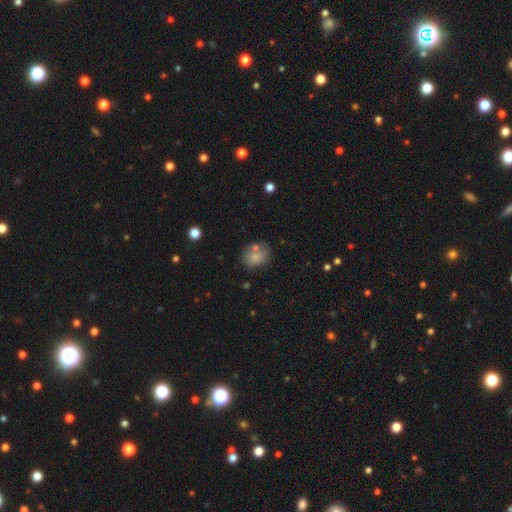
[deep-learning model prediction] smooth_or_featured: smooth (p=0.74) [alt: featured or disk p=0.16]
how_rounded: round (p=0.50) [alt: in between p=0.49]
merging: none (p=0.56) [alt: minor disturbance p=0.20]